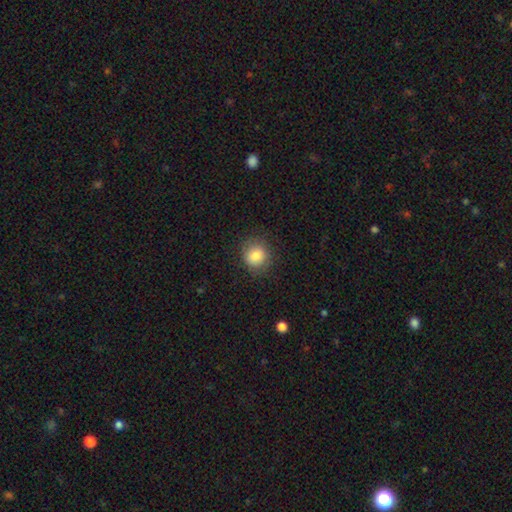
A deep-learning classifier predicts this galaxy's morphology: type=smooth (83%); roundness=round (83%); merging=none (84%).